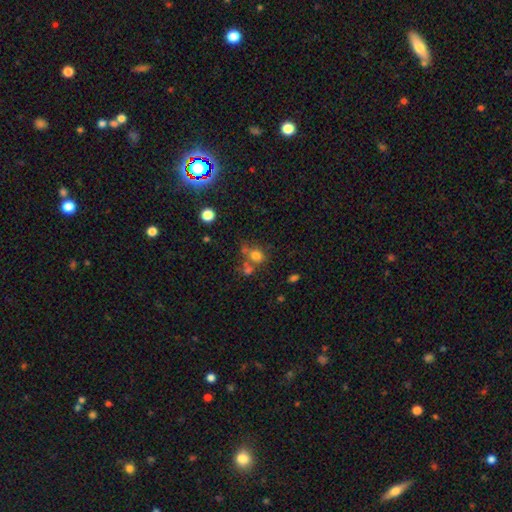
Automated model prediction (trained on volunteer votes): A smooth galaxy with no disk features (71%) that is round (66%).

Vote fractions:
- Smooth or featured? smooth: 71% / star or artifact: 16% / featured or disk: 12%
- How rounded? round: 66% / in between: 32% / cigar-shaped: 1%
- Merging? none: 49% / merger: 30% / minor disturbance: 13% / major disturbance: 8%